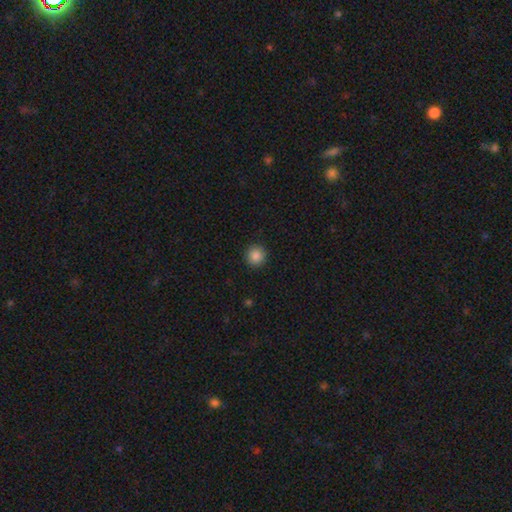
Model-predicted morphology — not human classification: Smooth or featured? smooth (87%)
How rounded? round (94%)
Merging? none (92%)